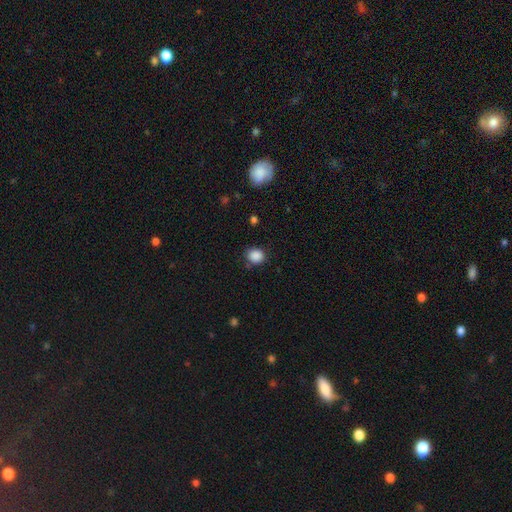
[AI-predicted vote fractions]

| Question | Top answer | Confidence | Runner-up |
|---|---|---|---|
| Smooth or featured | smooth | 87% | star or artifact (10%) |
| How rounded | round | 74% | in between (25%) |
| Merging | none | 80% | minor disturbance (14%) |